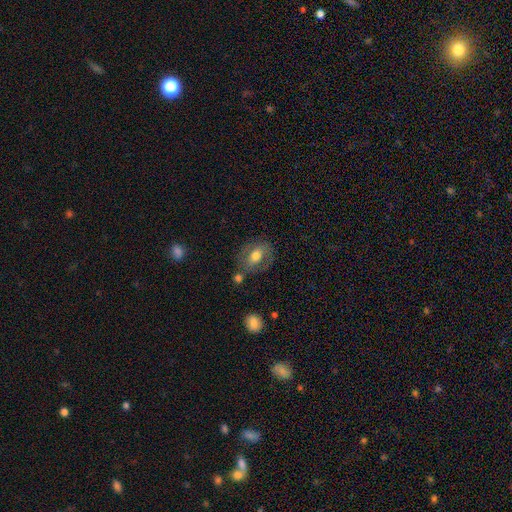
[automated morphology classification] This is possibly a smooth galaxy (57%). How rounded: likely in between (63%). Merging: likely none (67%).